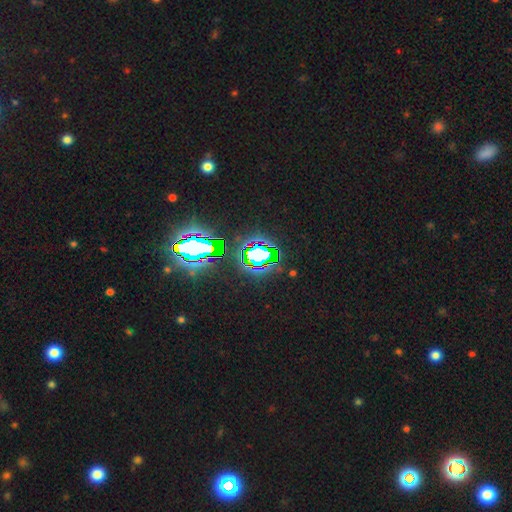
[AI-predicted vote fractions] The model was most divided on "smooth or featured": star or artifact: 78%, featured or disk: 11%, smooth: 11%.